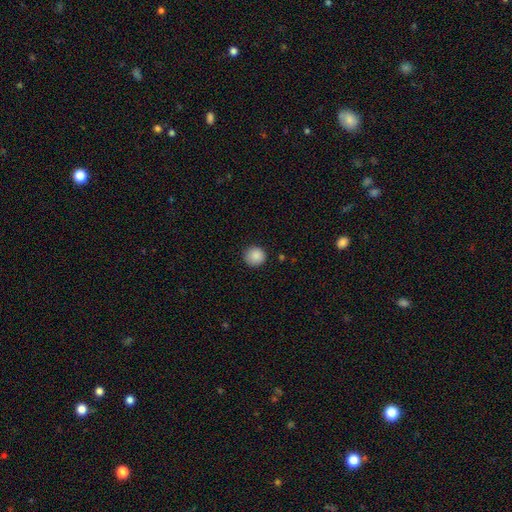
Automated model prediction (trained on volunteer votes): This is clearly a smooth galaxy (88%). How rounded: clearly round (93%). Merging: clearly none (88%).